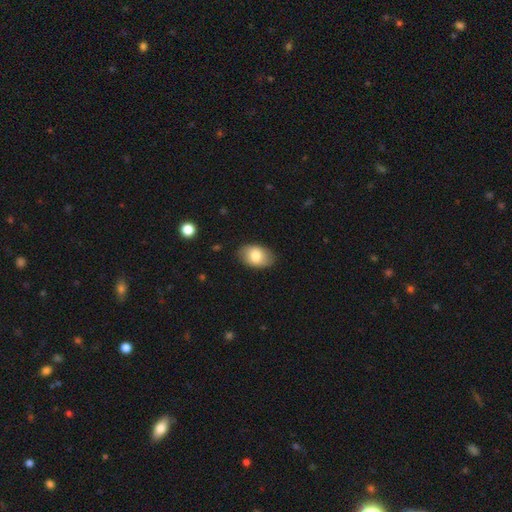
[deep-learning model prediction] This appears to be a smooth galaxy with no disk features (81%) that is in between round and cigar-shaped (89%). Merging: none (85%).